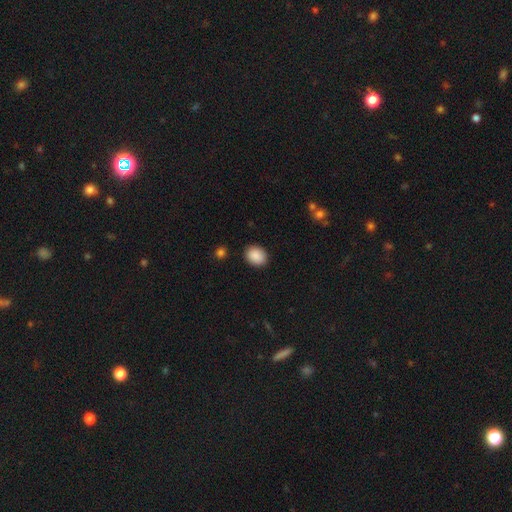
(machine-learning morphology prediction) Smooth or featured? Predicted: smooth (p=0.89). How rounded? Predicted: in between (p=0.51). Merging? Predicted: none (p=0.88).